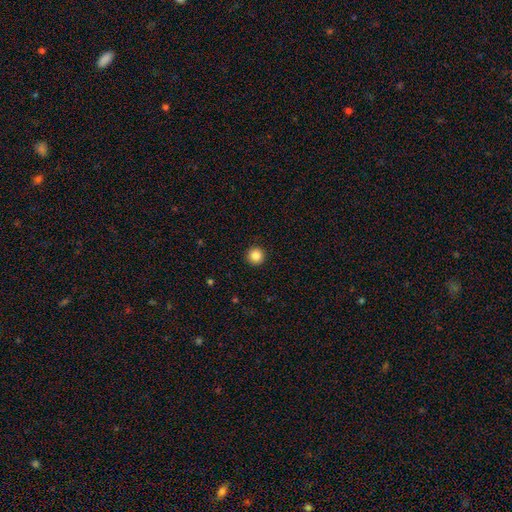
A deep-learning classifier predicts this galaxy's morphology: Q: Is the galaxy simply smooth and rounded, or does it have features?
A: smooth — 85%.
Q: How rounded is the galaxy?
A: round — 96%.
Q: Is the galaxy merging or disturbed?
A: none — 93%.